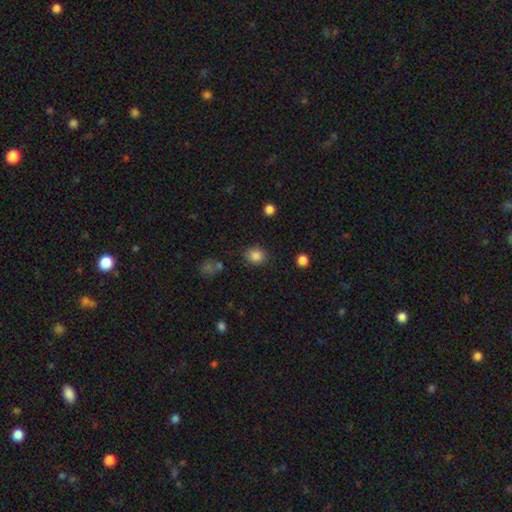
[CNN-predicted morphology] This appears to be a smooth galaxy with no disk features (85%) that is round (65%). Merging: none (83%).